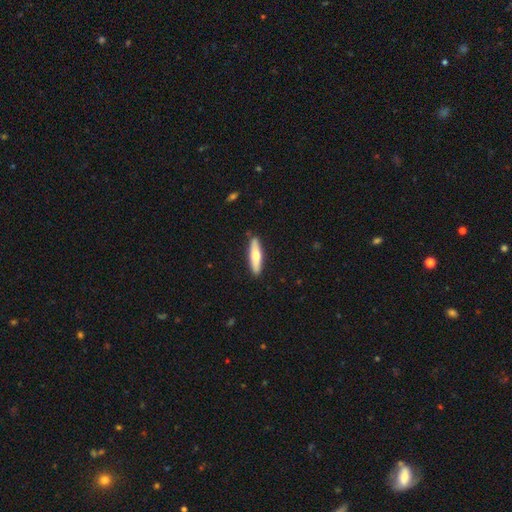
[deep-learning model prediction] smooth 59%, featured or disk 35%, star or artifact 5%. Down the decision tree: how rounded — cigar-shaped (75%); merging — none (87%).